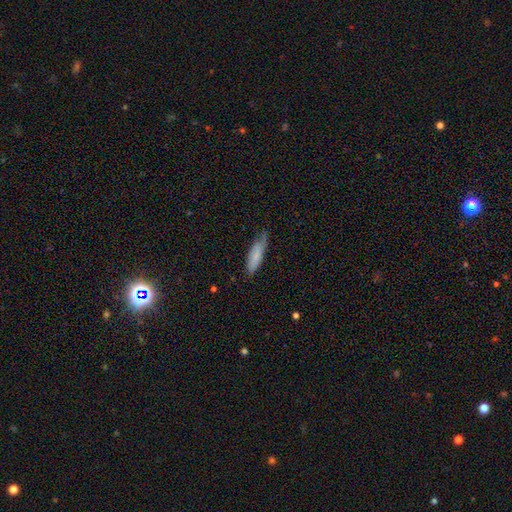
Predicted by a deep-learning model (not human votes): Smooth or featured: smooth — 75% (featured or disk — 19%)
How rounded: cigar-shaped — 56% (in between — 42%)
Merging: none — 54% (minor disturbance — 35%)